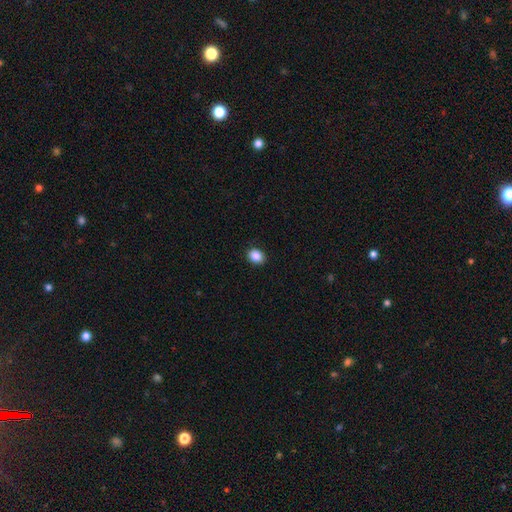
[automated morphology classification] smooth-or-featured: smooth: 87% | star or artifact: 9% | featured or disk: 4%
  how-rounded: round: 55% | in between: 44% | cigar-shaped: 1%
  merging: none: 91% | minor disturbance: 7% | major disturbance: 2% | merger: 1%